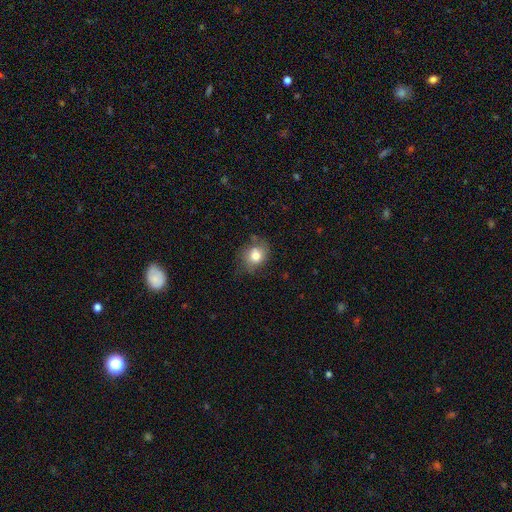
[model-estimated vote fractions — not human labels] smooth 77%, featured or disk 13%, star or artifact 10%. Down the decision tree: how rounded — round (62%); merging — none (65%).